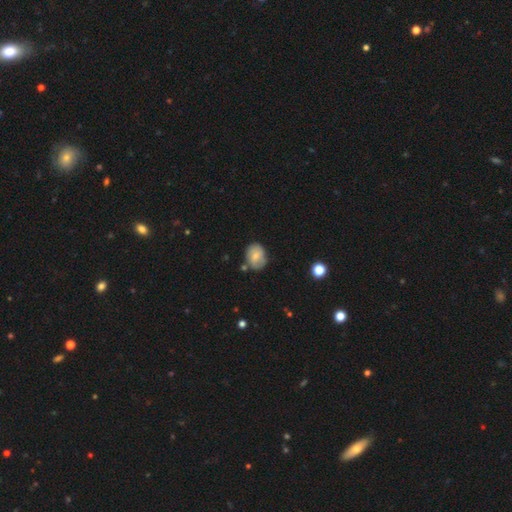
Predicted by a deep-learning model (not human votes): Smooth or featured? Predicted: smooth (p=0.66). How rounded? Predicted: in between (p=0.59). Merging? Predicted: none (p=0.65).